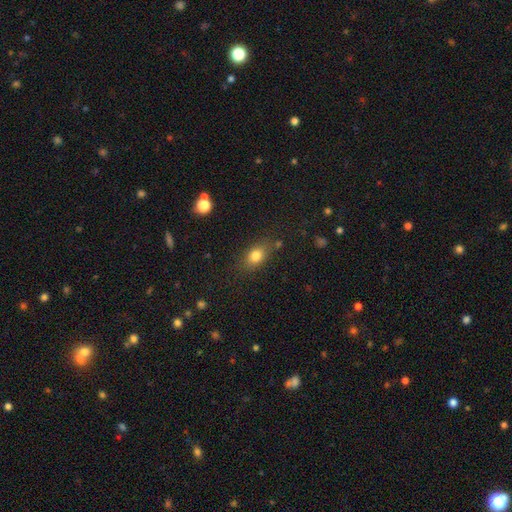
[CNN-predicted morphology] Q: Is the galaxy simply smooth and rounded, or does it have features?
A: smooth — 80%.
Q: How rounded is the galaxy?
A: in between — 68%.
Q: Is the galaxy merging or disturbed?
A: none — 74%.